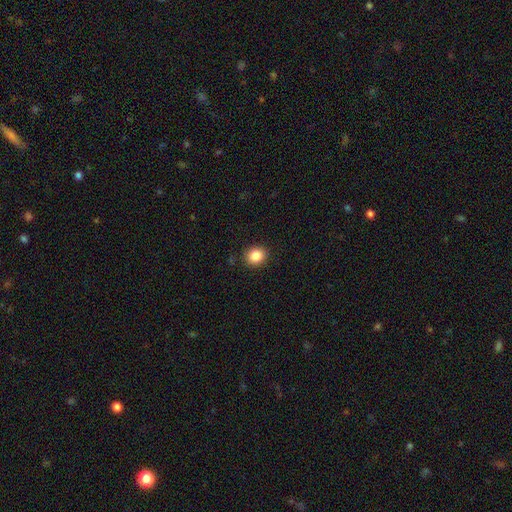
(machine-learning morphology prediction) Q: Smooth or featured?
A: smooth (87%); runner-up: star or artifact (9%)
Q: How rounded?
A: round (70%); runner-up: in between (29%)
Q: Merging?
A: none (89%); runner-up: minor disturbance (8%)